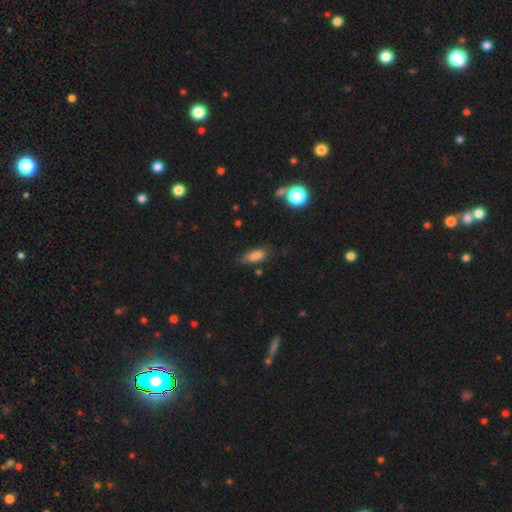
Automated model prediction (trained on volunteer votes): Q: Smooth or featured?
A: smooth (81%); runner-up: star or artifact (10%)
Q: How rounded?
A: in between (79%); runner-up: cigar-shaped (18%)
Q: Merging?
A: none (72%); runner-up: minor disturbance (20%)